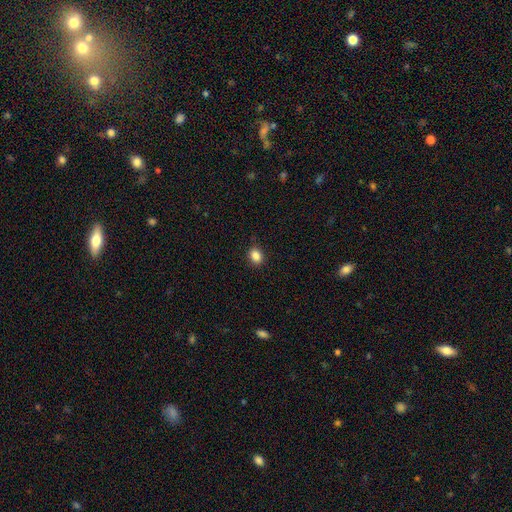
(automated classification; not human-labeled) Smooth or featured? Predicted: smooth (p=0.86). How rounded? Predicted: in between (p=0.57). Merging? Predicted: none (p=0.88).